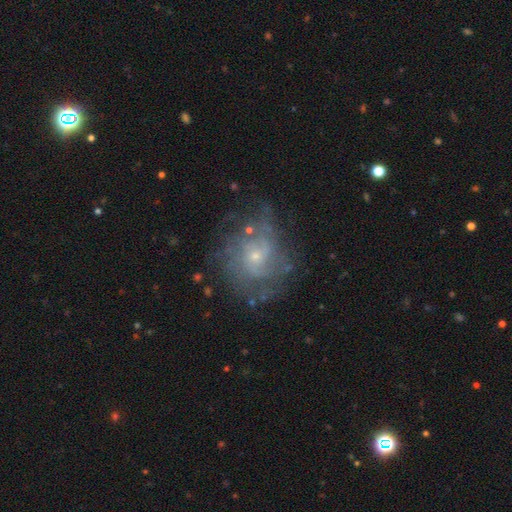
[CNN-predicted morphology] Q: Smooth or featured?
A: featured or disk (70%); runner-up: smooth (18%)
Q: Edge-on disk?
A: no (97%); runner-up: yes (3%)
Q: Bar?
A: no (74%); runner-up: weak (23%)
Q: Spiral arms?
A: yes (77%); runner-up: no (23%)
Q: Spiral winding?
A: tight (44%); runner-up: medium (38%)
Q: Spiral arm count?
A: can't tell (51%); runner-up: 2 (16%)
Q: Bulge size?
A: small (69%); runner-up: moderate (26%)
Q: Merging?
A: none (62%); runner-up: minor disturbance (21%)